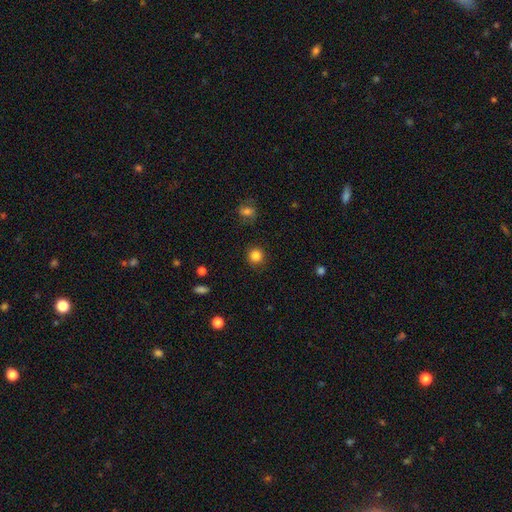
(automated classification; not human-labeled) A smooth galaxy with no disk features (85%) that is round (93%). Merging: none (90%).